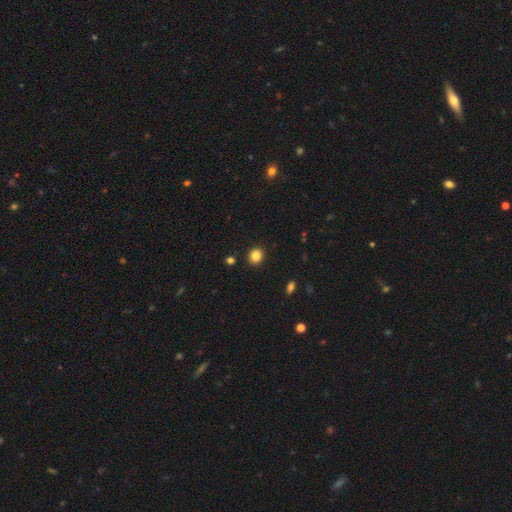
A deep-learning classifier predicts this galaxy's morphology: Overall: smooth (85%). How rounded: round (77%). Merging: none (91%).